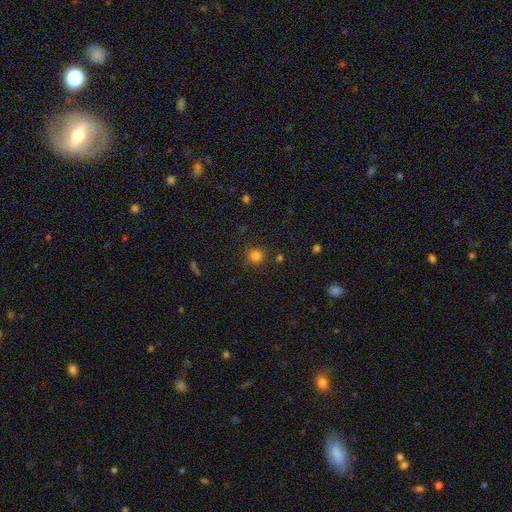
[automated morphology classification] type=smooth (81%); roundness=round (94%); merging=none (88%).